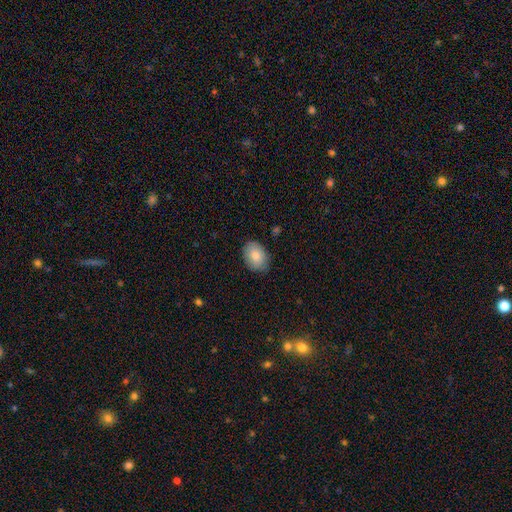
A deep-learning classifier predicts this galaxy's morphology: Smooth or featured? Predicted: smooth (p=0.83). How rounded? Predicted: in between (p=0.79). Merging? Predicted: none (p=0.82).